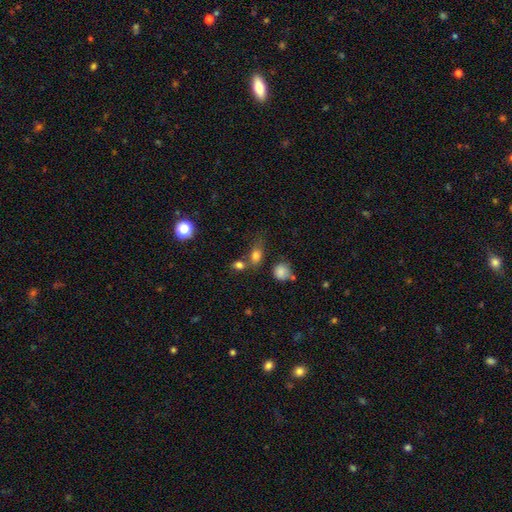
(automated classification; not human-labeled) This appears to be a smooth galaxy with no disk features (77%) that is in between round and cigar-shaped (64%). Merging: none (44%).